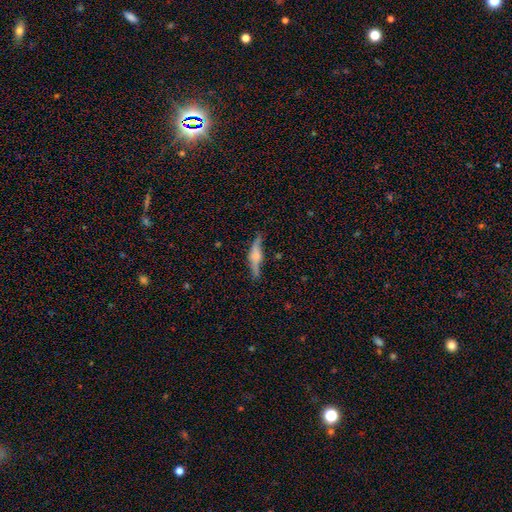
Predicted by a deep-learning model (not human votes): featured or disk 58%, smooth 34%, star or artifact 7%. Down the decision tree: edge-on disk — yes (93%); edge-on bulge — rounded (77%); merging — none (75%).